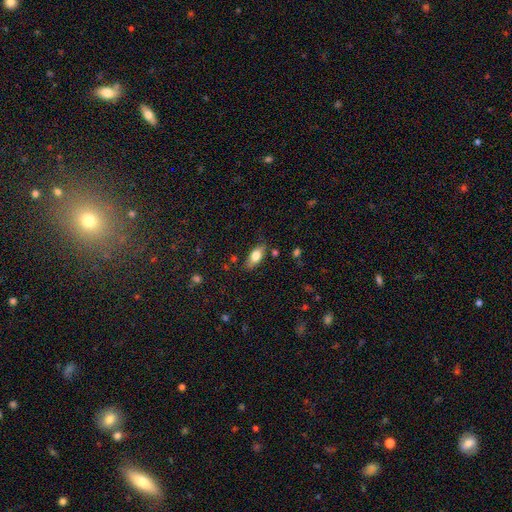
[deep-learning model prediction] Overall: smooth (76%). How rounded: in between (84%). Merging: none (80%).